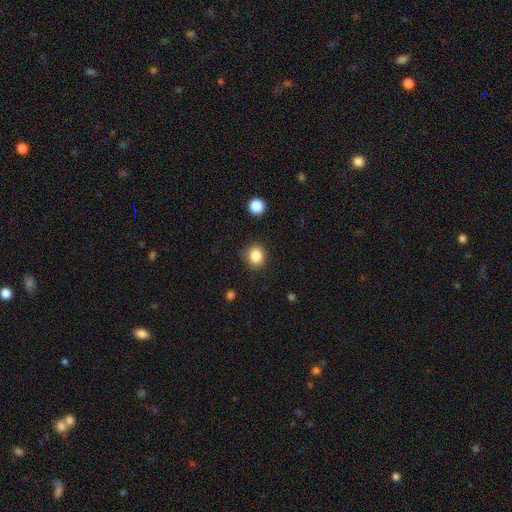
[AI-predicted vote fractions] Smooth or featured? smooth (84%)
How rounded? round (82%)
Merging? none (89%)